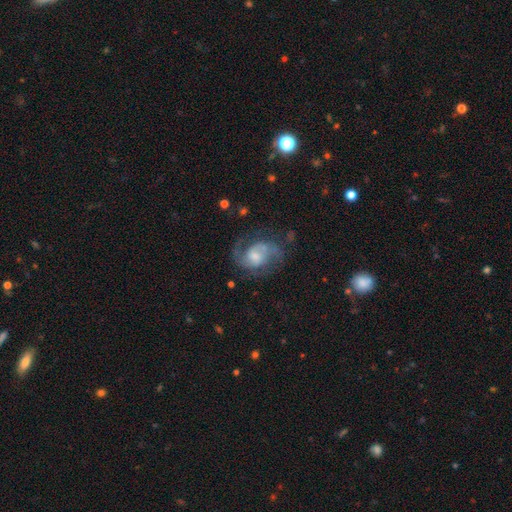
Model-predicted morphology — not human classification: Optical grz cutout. It shows a featured or disk galaxy (78%) with no bar (53%), 2 (72%) medium (52%) spiral arms (92%) and a moderate central bulge (43%). Merging: none (57%).